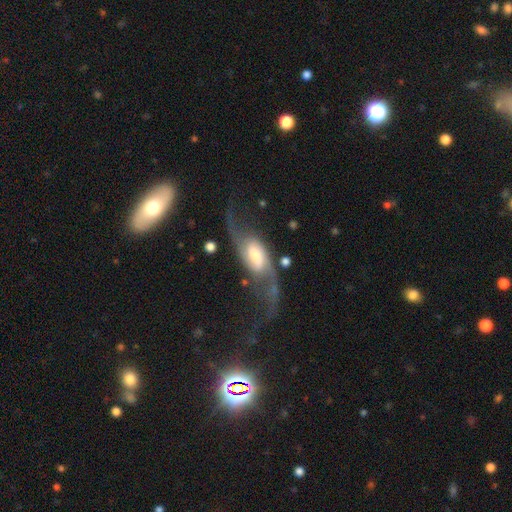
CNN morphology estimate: Q: Smooth or featured?
A: featured or disk (81%); runner-up: smooth (14%)
Q: Edge-on disk?
A: no (93%); runner-up: yes (7%)
Q: Bar?
A: weak (43%); runner-up: no (34%)
Q: Spiral arms?
A: yes (95%); runner-up: no (5%)
Q: Spiral winding?
A: loose (80%); runner-up: medium (16%)
Q: Spiral arm count?
A: 2 (92%); runner-up: 1 (3%)
Q: Bulge size?
A: moderate (37%); runner-up: large (32%)
Q: Merging?
A: none (53%); runner-up: major disturbance (27%)